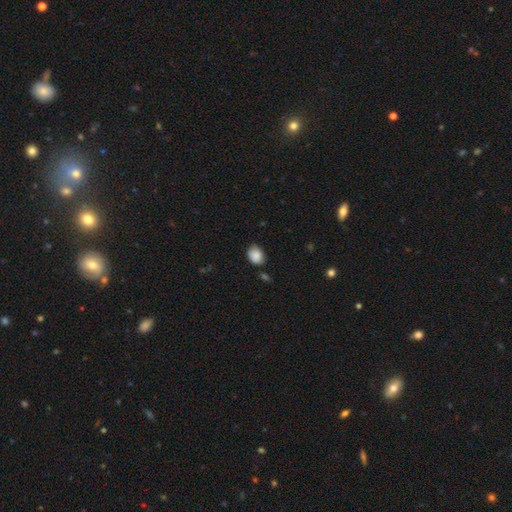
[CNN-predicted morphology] smooth 88%, star or artifact 8%, featured or disk 4%. Down the decision tree: how rounded — in between (62%); merging — none (74%).